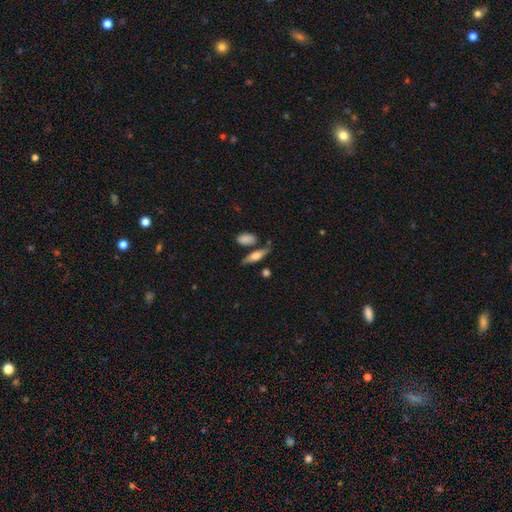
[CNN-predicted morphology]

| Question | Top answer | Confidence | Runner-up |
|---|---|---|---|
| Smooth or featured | smooth | 55% | featured or disk (38%) |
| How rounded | cigar-shaped | 53% | in between (43%) |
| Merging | none | 69% | minor disturbance (17%) |